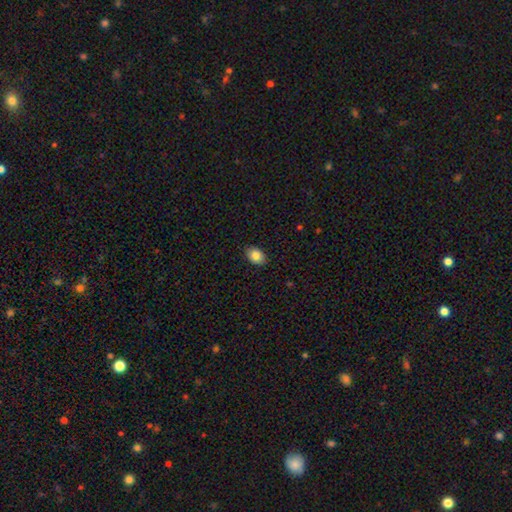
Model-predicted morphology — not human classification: Smooth or featured? smooth (85%)
How rounded? in between (82%)
Merging? none (89%)